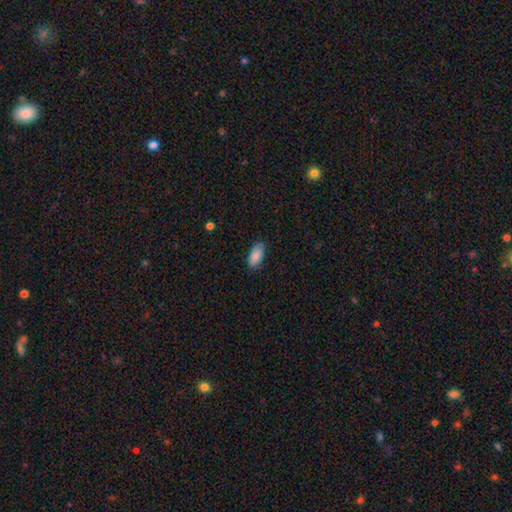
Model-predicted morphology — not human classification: A smooth galaxy with no disk features (89%) that is in between round and cigar-shaped (91%).

Vote fractions:
- Smooth or featured? smooth: 89% / star or artifact: 6% / featured or disk: 5%
- How rounded? in between: 91% / cigar-shaped: 7% / round: 2%
- Merging? none: 84% / minor disturbance: 12% / major disturbance: 2% / merger: 1%